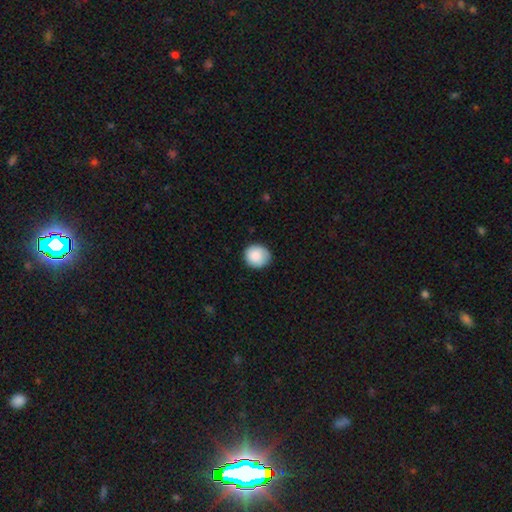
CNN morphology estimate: type=smooth (87%); roundness=round (86%); merging=none (84%).